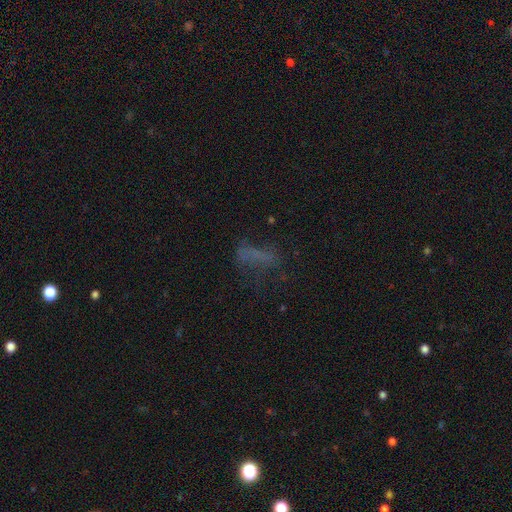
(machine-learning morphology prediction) Smooth or featured: smooth — 45% (featured or disk — 29%)
Merging: none — 46% (major disturbance — 29%)